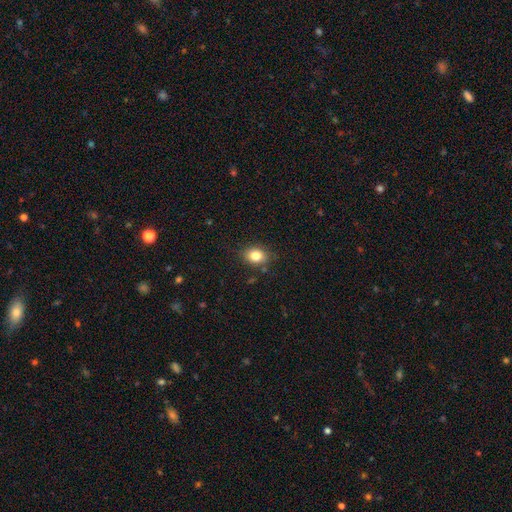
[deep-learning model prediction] A smooth galaxy with no disk features (82%) that is in between round and cigar-shaped (61%). Merging: none (82%).